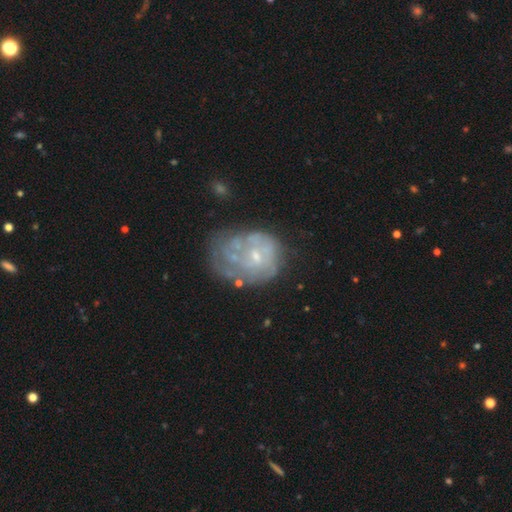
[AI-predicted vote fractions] smooth-or-featured: featured or disk: 67% | smooth: 24% | star or artifact: 10%
  disk-edge-on: no: 98% | yes: 2%
    bar: no: 80% | weak: 18% | strong: 3%
    has-spiral-arms: no: 56% | yes: 44%
    bulge-size: small: 62% | moderate: 24% | none: 12% | large: 1% | dominant: 1%
  merging: none: 42% | minor disturbance: 25% | major disturbance: 24% | merger: 10%